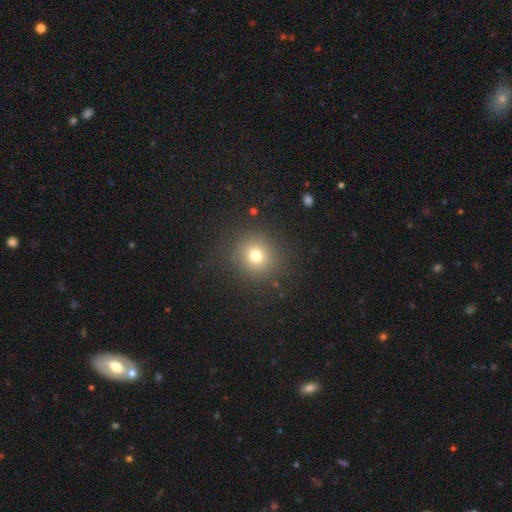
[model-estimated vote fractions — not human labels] smooth 73%, star or artifact 17%, featured or disk 10%. Down the decision tree: how rounded — round (90%); merging — none (87%).